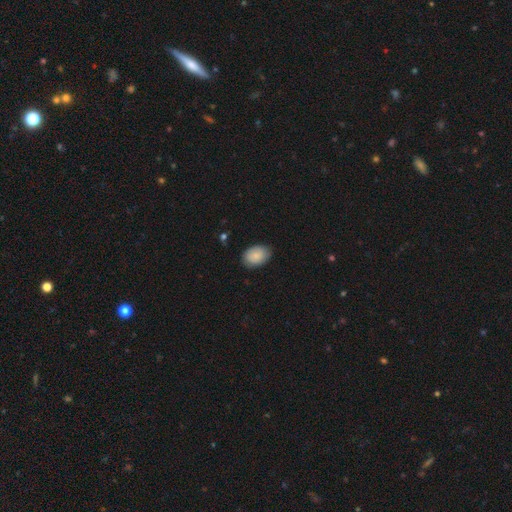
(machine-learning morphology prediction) A smooth galaxy with no disk features (83%) that is in between round and cigar-shaped (83%).

Vote fractions:
- Smooth or featured? smooth: 83% / featured or disk: 10% / star or artifact: 7%
- How rounded? in between: 83% / round: 16% / cigar-shaped: 1%
- Merging? none: 80% / minor disturbance: 16% / major disturbance: 3% / merger: 1%